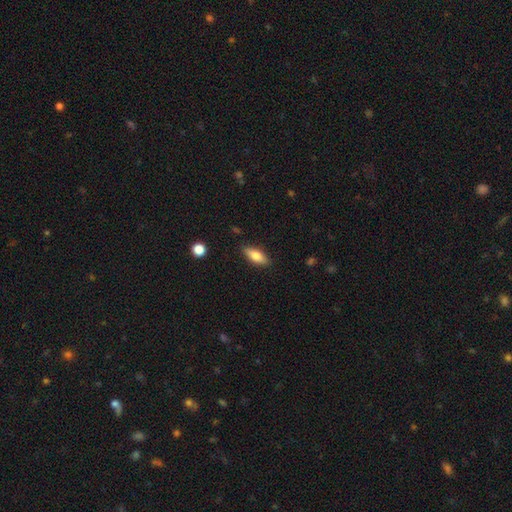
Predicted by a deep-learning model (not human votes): This is likely a smooth galaxy (73%). How rounded: likely in between (69%). Merging: clearly none (86%).